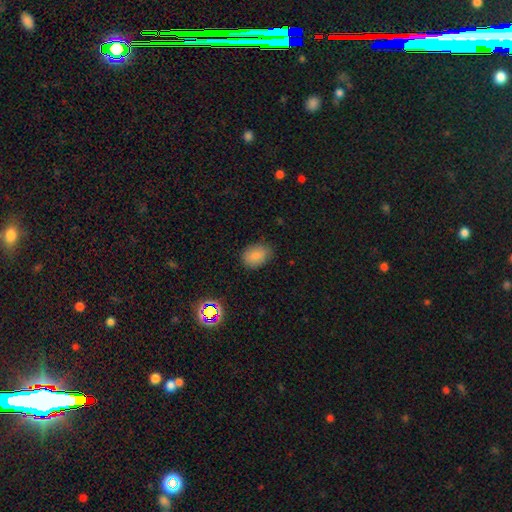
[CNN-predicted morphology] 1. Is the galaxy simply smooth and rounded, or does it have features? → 82% smooth, 10% star or artifact, 7% featured or disk.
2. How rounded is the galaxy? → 73% in between, 26% round, 1% cigar-shaped.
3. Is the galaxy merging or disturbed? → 79% none, 16% minor disturbance, 3% major disturbance, 1% merger.